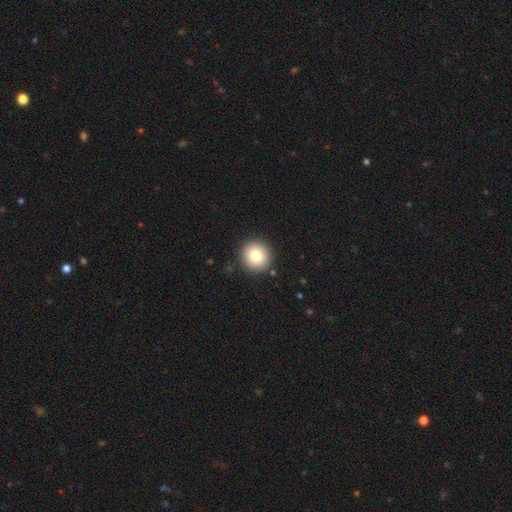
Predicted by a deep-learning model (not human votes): smooth-or-featured: smooth: 81% | featured or disk: 10% | star or artifact: 10%
  how-rounded: round: 94% | in between: 5% | cigar-shaped: 1%
  merging: none: 91% | minor disturbance: 6% | major disturbance: 2% | merger: 2%